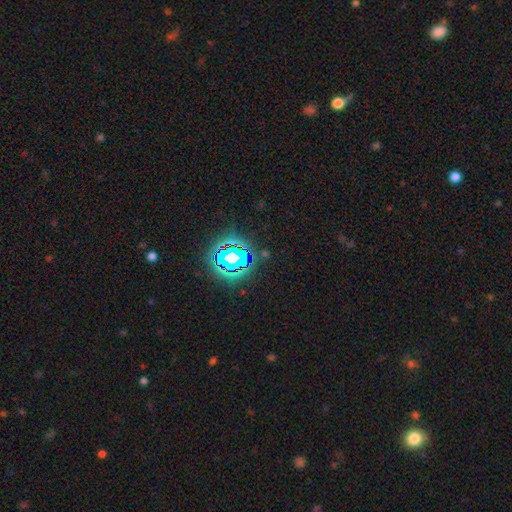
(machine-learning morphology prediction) Smooth or featured?
  - star or artifact: 80% *
  - smooth: 12%
  - featured or disk: 8%